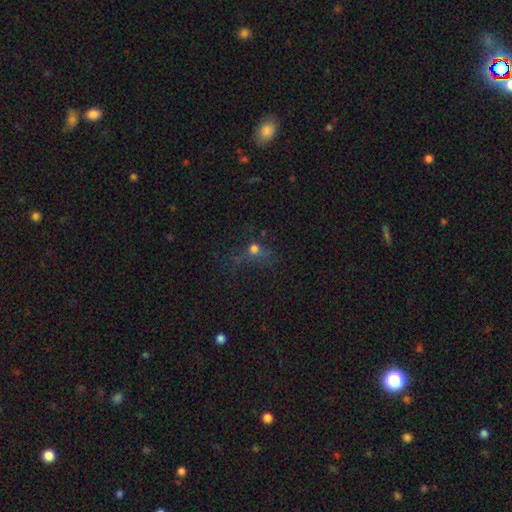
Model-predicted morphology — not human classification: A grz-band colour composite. It shows a star or artifact, not a galaxy (51%).